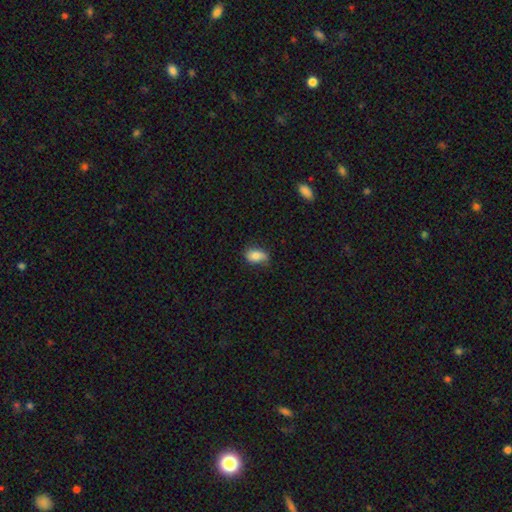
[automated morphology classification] A smooth galaxy with no disk features (79%) that is in between round and cigar-shaped (87%). Merging: none (59%).